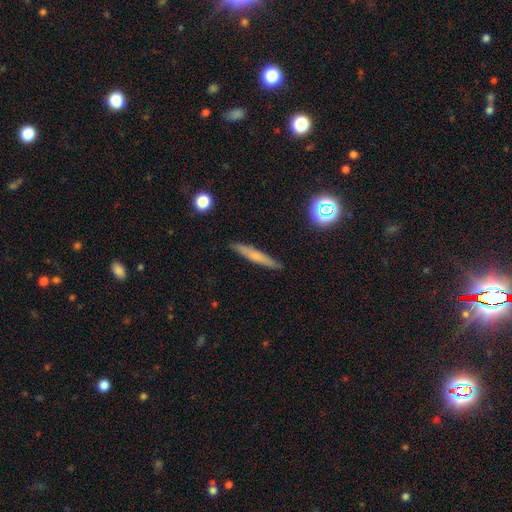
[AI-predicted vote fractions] Q: Smooth or featured?
A: smooth (57%); runner-up: featured or disk (34%)
Q: How rounded?
A: cigar-shaped (92%); runner-up: in between (6%)
Q: Merging?
A: none (89%); runner-up: minor disturbance (8%)